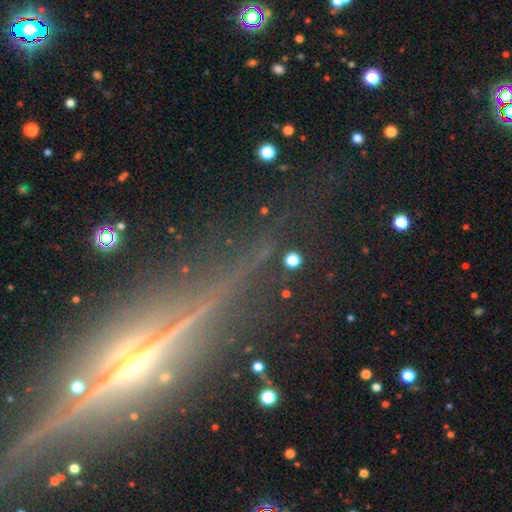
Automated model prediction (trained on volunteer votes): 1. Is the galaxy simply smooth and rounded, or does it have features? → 54% star or artifact, 33% featured or disk, 13% smooth.